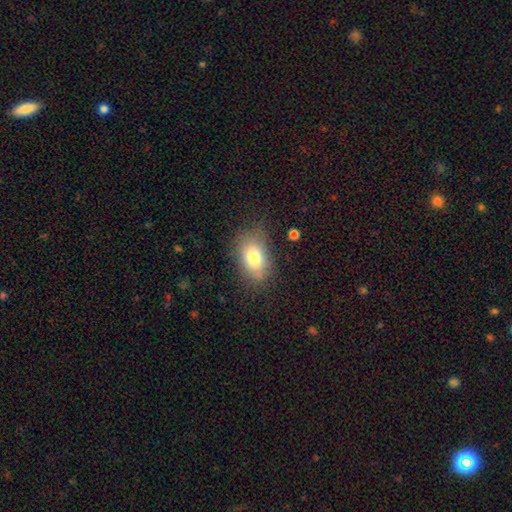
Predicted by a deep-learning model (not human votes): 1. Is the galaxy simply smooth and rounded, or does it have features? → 78% smooth, 13% featured or disk, 9% star or artifact.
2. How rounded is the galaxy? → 86% in between, 12% round, 2% cigar-shaped.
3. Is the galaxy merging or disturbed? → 72% none, 19% minor disturbance, 7% major disturbance, 2% merger.